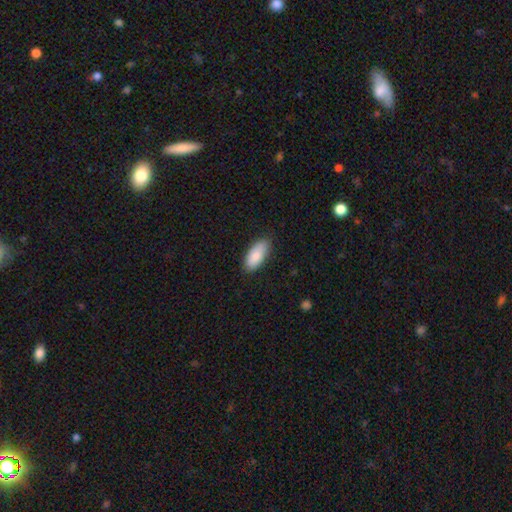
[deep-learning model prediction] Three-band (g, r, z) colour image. It shows a smooth galaxy with no disk features (87%) that is in between round and cigar-shaped (89%). Merging: none (83%).